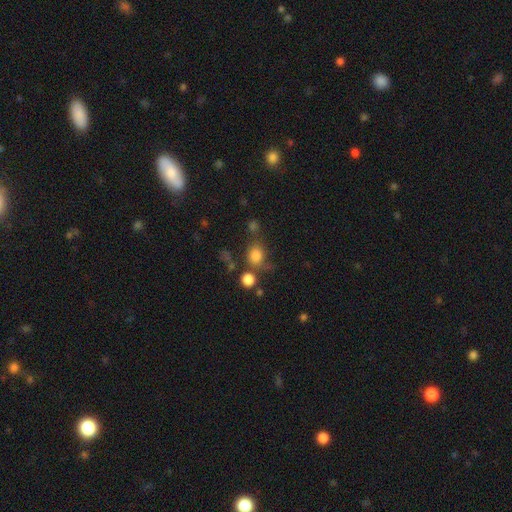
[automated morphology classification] The model was most divided on "merging": none: 55%, minor disturbance: 19%, merger: 15%, major disturbance: 11%. More confident: smooth or featured — smooth (79%); how rounded — round (70%).